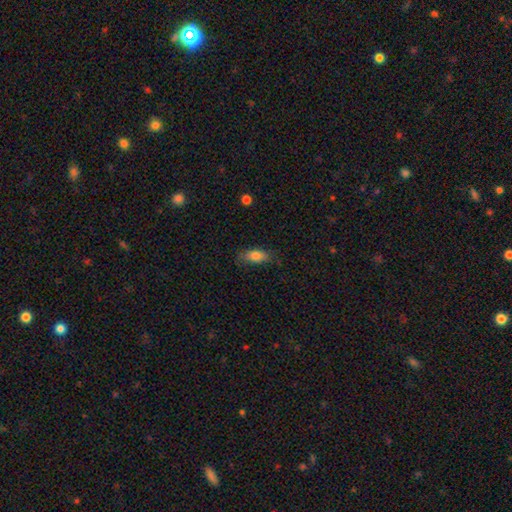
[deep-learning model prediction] Overall: smooth (81%). How rounded: in between (81%). Merging: none (76%).